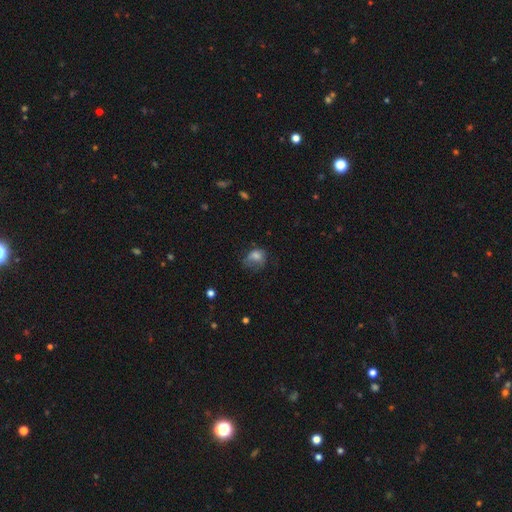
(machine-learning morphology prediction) Smooth or featured? smooth (70%)
How rounded? in between (53%)
Merging? none (34%, tied with major disturbance)